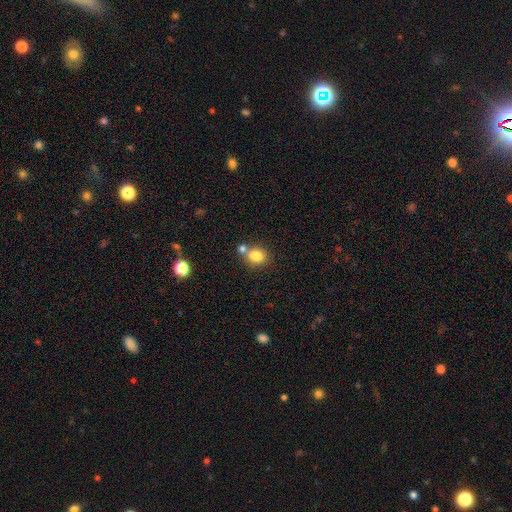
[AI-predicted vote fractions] This appears to be a smooth galaxy with no disk features (81%) that is round (67%). Merging: none (56%).